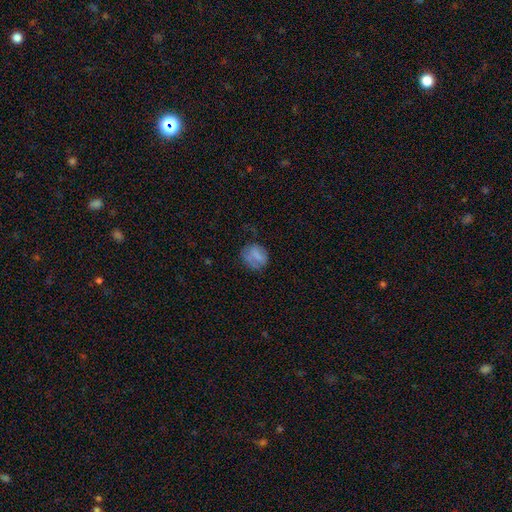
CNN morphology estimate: A smooth galaxy with no disk features (70%) that is round (60%).

Vote fractions:
- Smooth or featured? smooth: 70% / featured or disk: 20% / star or artifact: 10%
- How rounded? round: 60% / in between: 39% / cigar-shaped: 1%
- Merging? none: 58% / minor disturbance: 26% / major disturbance: 14% / merger: 2%